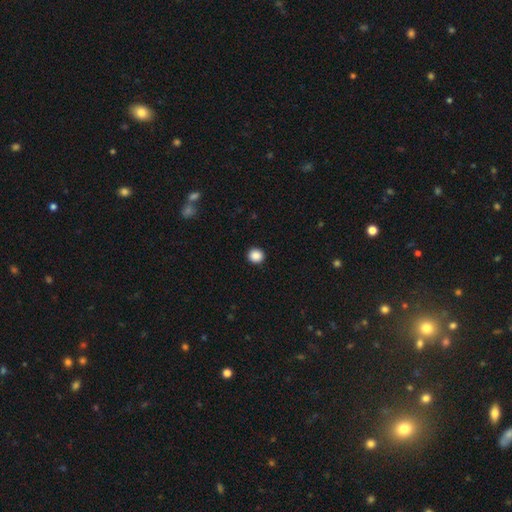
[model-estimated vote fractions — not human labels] This is clearly a smooth galaxy (88%). How rounded: clearly round (91%). Merging: clearly none (93%).